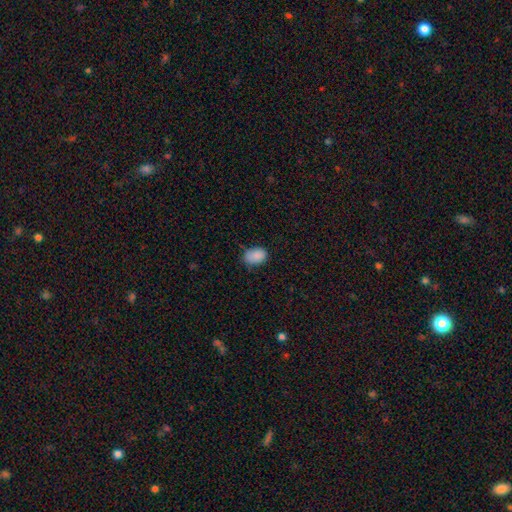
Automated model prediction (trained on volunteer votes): Smooth or featured?
  - smooth: 88% *
  - star or artifact: 8%
  - featured or disk: 4%
How rounded?
  - in between: 83% *
  - round: 16%
  - cigar-shaped: 1%
Merging?
  - none: 68% *
  - minor disturbance: 26%
  - major disturbance: 4%
  - merger: 2%